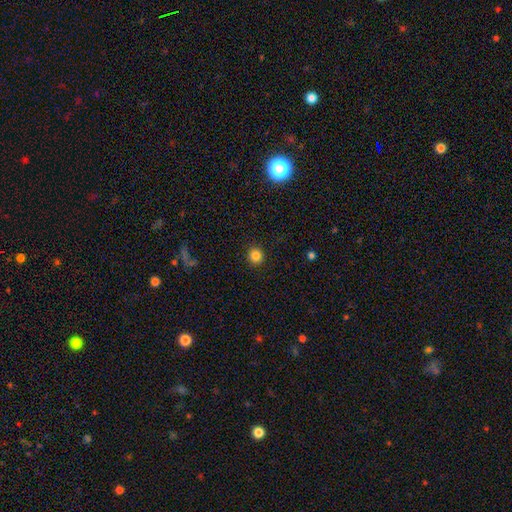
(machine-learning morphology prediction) A smooth galaxy with no disk features (84%) that is round (93%). Merging: none (91%).